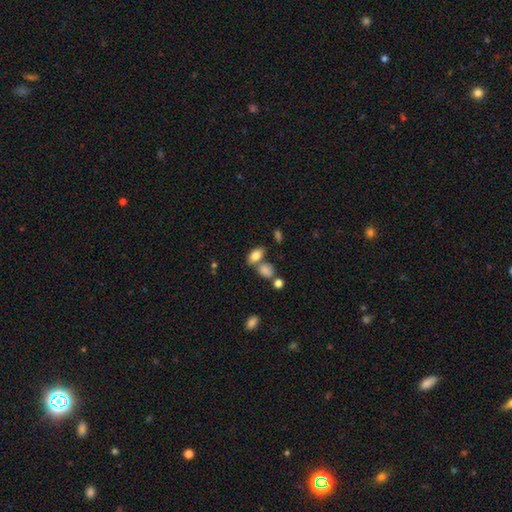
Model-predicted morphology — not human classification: Q: Smooth or featured?
A: smooth (80%); runner-up: featured or disk (10%)
Q: How rounded?
A: in between (87%); runner-up: round (9%)
Q: Merging?
A: none (62%); runner-up: merger (21%)